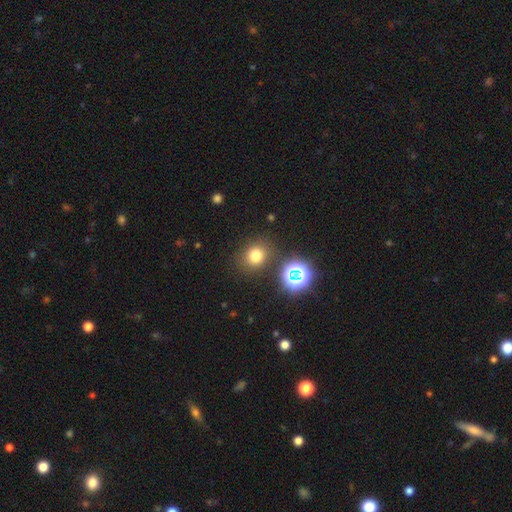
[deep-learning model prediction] A smooth galaxy with no disk features (72%) that is round (74%). Merging: none (82%).